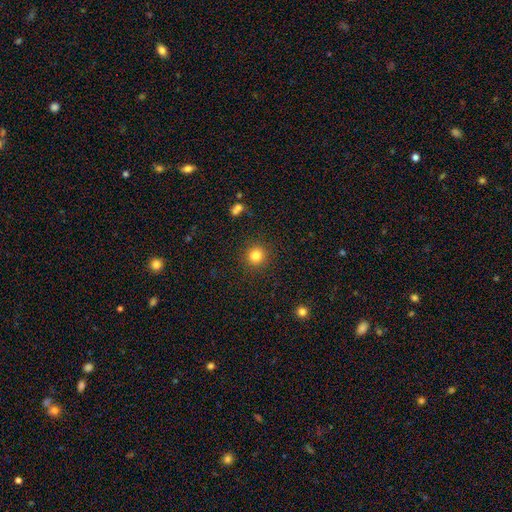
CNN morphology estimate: Smooth or featured?
  - smooth: 82% *
  - star or artifact: 12%
  - featured or disk: 6%
How rounded?
  - round: 93% *
  - in between: 6%
  - cigar-shaped: 1%
Merging?
  - none: 90% *
  - minor disturbance: 6%
  - major disturbance: 2%
  - merger: 1%